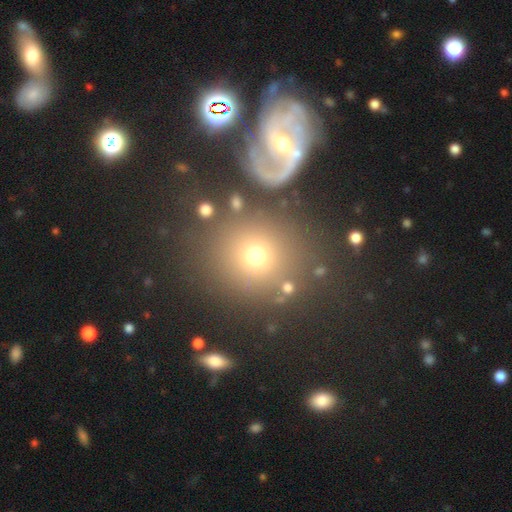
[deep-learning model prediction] Smooth or featured? Predicted: smooth (p=0.58). How rounded? Predicted: round (p=0.82). Merging? Predicted: none (p=0.72).